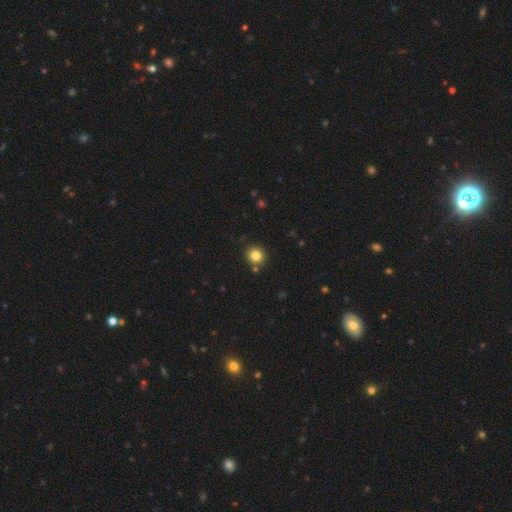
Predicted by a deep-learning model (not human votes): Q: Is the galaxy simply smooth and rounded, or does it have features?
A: smooth — 83%.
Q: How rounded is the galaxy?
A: round — 92%.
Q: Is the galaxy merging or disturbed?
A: none — 86%.